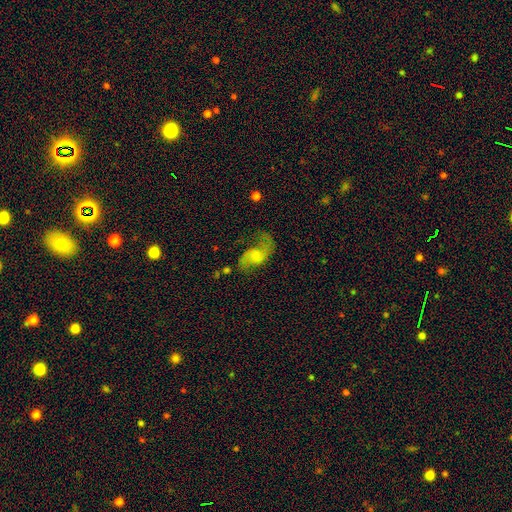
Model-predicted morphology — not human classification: type=featured or disk (74%); edge-on=no (96%); bar=no (54%); spiral arms=yes (92%); winding=loose (65%); arm count=2 (87%); bulge=moderate (34%); merging=none (59%).